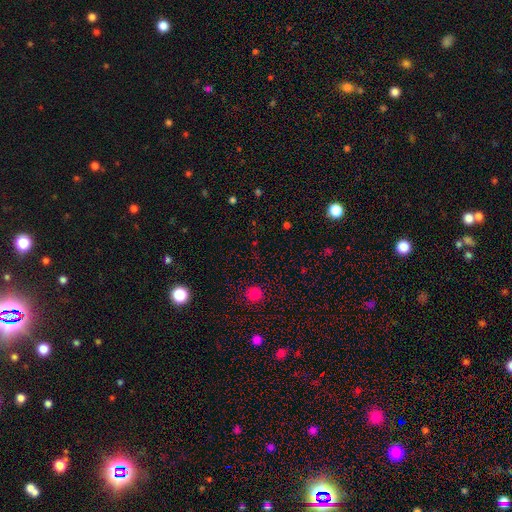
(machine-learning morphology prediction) This is possibly a star or artifact rather than a galaxy (50%).